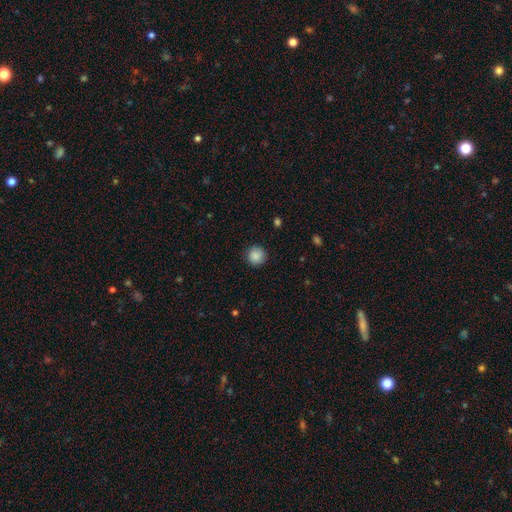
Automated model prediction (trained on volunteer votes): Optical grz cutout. It shows a smooth galaxy with no disk features (88%) that is round (95%). Merging: none (90%).